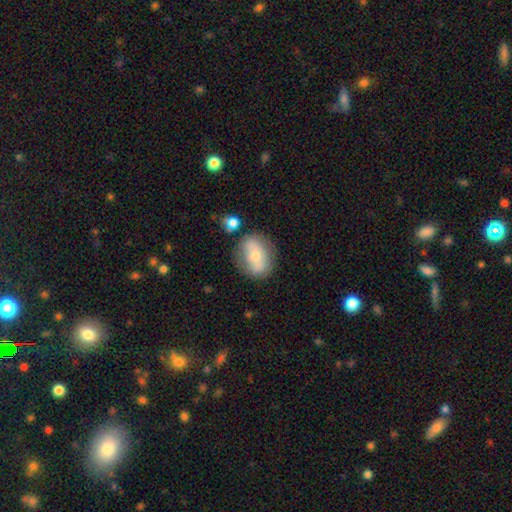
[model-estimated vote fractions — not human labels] Smooth or featured? Predicted: smooth (p=0.55). How rounded? Predicted: in between (p=0.63). Merging? Predicted: none (p=0.71).